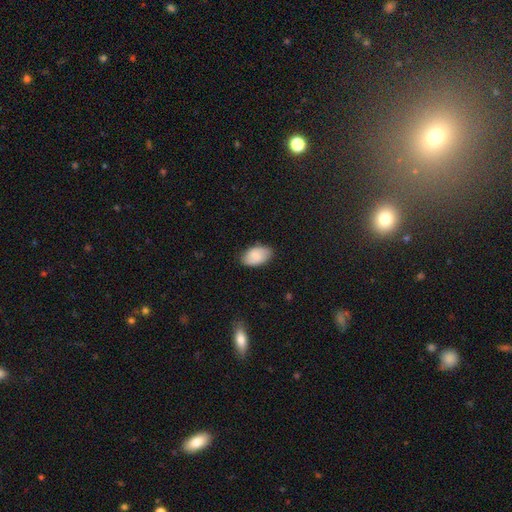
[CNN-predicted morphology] A smooth galaxy with no disk features (83%) that is in between round and cigar-shaped (93%).

Vote fractions:
- Smooth or featured? smooth: 83% / featured or disk: 10% / star or artifact: 7%
- How rounded? in between: 93% / round: 6% / cigar-shaped: 1%
- Merging? none: 80% / minor disturbance: 16% / major disturbance: 3% / merger: 1%